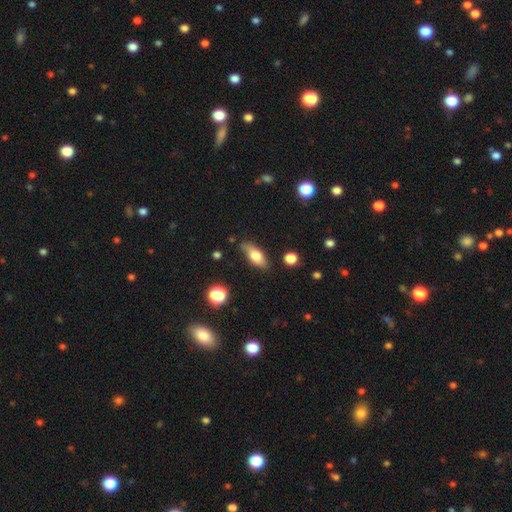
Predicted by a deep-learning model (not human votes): This appears to be a smooth galaxy with no disk features (69%) that is in between round and cigar-shaped (75%). Merging: none (78%).